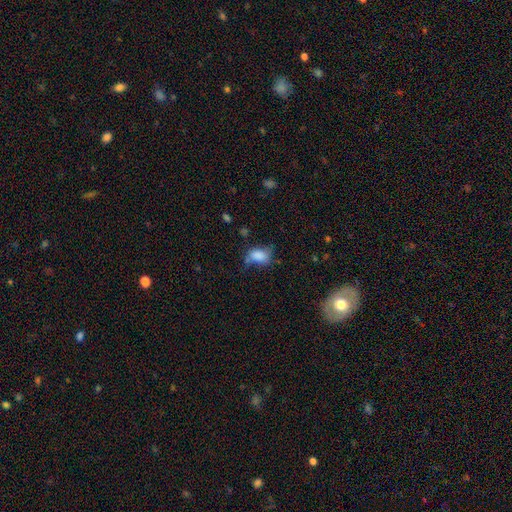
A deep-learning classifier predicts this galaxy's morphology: Smooth or featured? Predicted: smooth (p=0.78). How rounded? Predicted: in between (p=0.81). Merging? Predicted: none (p=0.45).